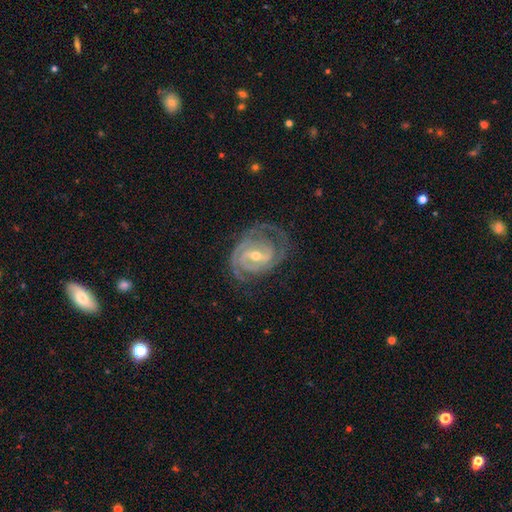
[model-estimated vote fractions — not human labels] Morphology: type=featured or disk (90%); edge-on=no (97%); bar=weak (47%); spiral arms=yes (97%); winding=tight (69%); arm count=2 (45%); bulge=moderate (54%); merging=none (69%).